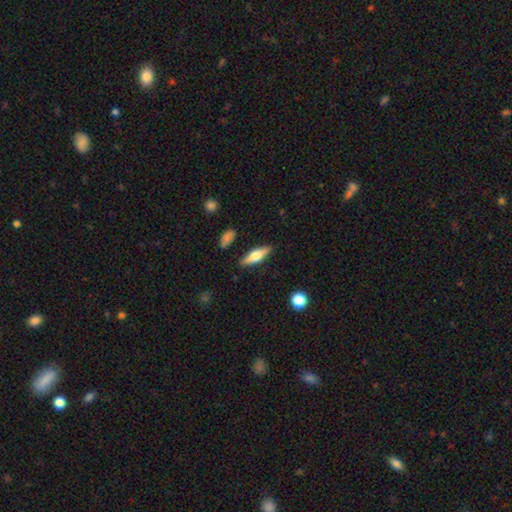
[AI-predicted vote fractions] A smooth galaxy with no disk features (52%) that is cigar-shaped (50%).

Vote fractions:
- Smooth or featured? smooth: 52% / featured or disk: 42% / star or artifact: 6%
- How rounded? cigar-shaped: 50% / in between: 48% / round: 3%
- Merging? none: 86% / minor disturbance: 9% / major disturbance: 2% / merger: 2%